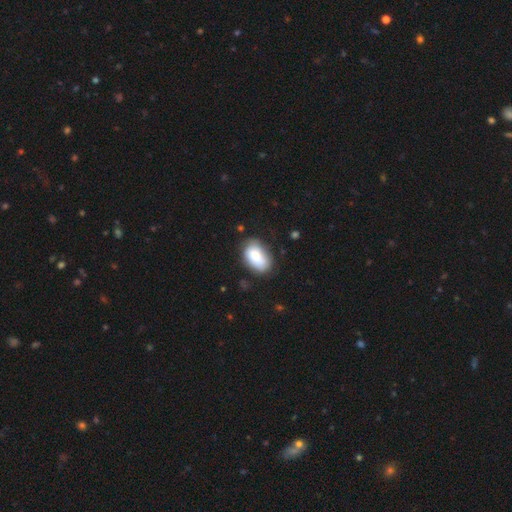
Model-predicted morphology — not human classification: Q: Smooth or featured?
A: smooth (75%); runner-up: featured or disk (17%)
Q: How rounded?
A: in between (88%); runner-up: round (11%)
Q: Merging?
A: none (71%); runner-up: minor disturbance (21%)